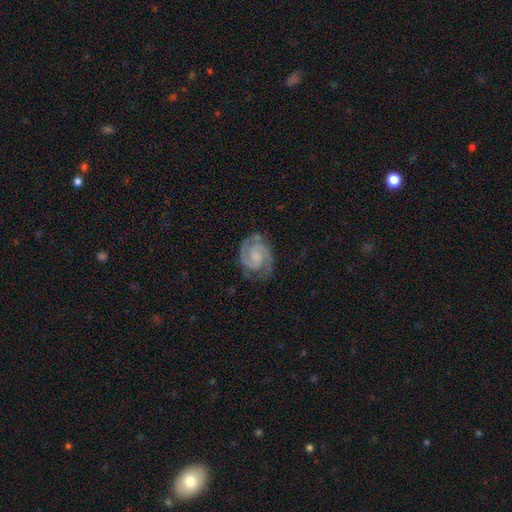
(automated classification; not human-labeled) Smooth or featured?
  - featured or disk: 92% *
  - smooth: 4%
  - star or artifact: 4%
Edge-on disk?
  - no: 98% *
  - yes: 2%
Bar?
  - no: 50% *
  - weak: 40%
  - strong: 10%
Spiral arms?
  - yes: 99% *
  - no: 1%
Spiral winding?
  - tight: 57% *
  - medium: 39%
  - loose: 4%
Spiral arm count?
  - 2: 93% *
  - 3: 2%
  - can't tell: 2%
  - 1: 1%
  - 4: 1%
  - more than 4: 1%
Bulge size?
  - small: 38% *
  - none: 33%
  - moderate: 25%
  - large: 3%
  - dominant: 1%
Merging?
  - none: 79% *
  - minor disturbance: 15%
  - major disturbance: 4%
  - merger: 1%